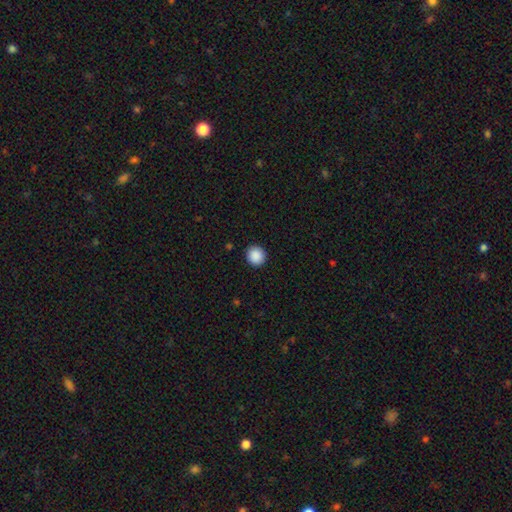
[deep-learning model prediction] Smooth or featured? Predicted: smooth (p=0.89). How rounded? Predicted: round (p=0.93). Merging? Predicted: none (p=0.92).